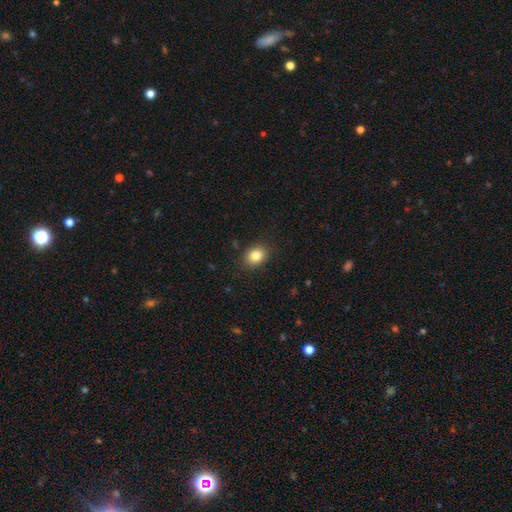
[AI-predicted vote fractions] Smooth or featured?
  - smooth: 83% *
  - star or artifact: 10%
  - featured or disk: 7%
How rounded?
  - in between: 57% *
  - round: 42%
  - cigar-shaped: 1%
Merging?
  - none: 87% *
  - minor disturbance: 9%
  - major disturbance: 2%
  - merger: 1%